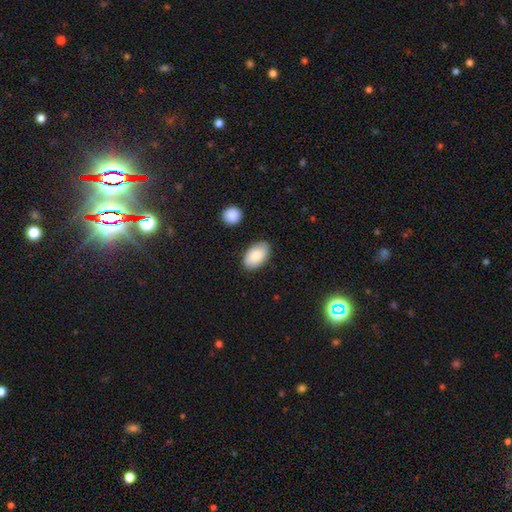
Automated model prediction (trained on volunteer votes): Smooth or featured? smooth (83%)
How rounded? in between (94%)
Merging? none (83%)